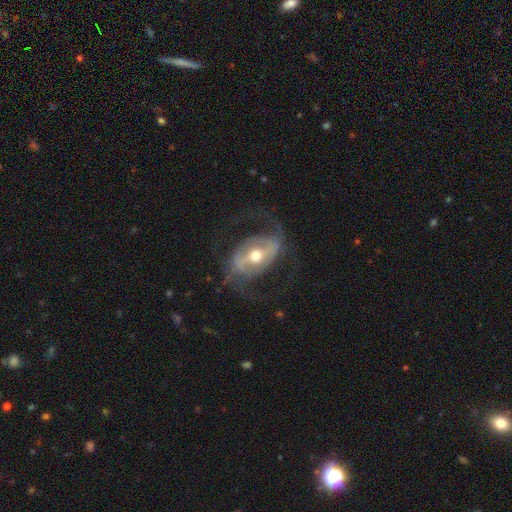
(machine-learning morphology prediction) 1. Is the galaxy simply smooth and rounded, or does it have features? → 83% featured or disk, 12% smooth, 5% star or artifact.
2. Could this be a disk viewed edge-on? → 95% no, 5% yes.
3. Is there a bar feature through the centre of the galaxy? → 48% strong, 34% weak, 19% no.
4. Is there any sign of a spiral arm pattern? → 83% yes, 17% no.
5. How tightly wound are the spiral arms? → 42% medium (tied), 42% loose (tied), 15% tight.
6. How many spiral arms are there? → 85% 2, 7% can't tell, 4% 1, 2% 3, 1% 4, 1% more than 4.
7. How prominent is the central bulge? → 74% moderate, 18% small, 7% large, 1% dominant, 1% none.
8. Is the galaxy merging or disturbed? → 64% none, 19% major disturbance, 15% minor disturbance, 2% merger.